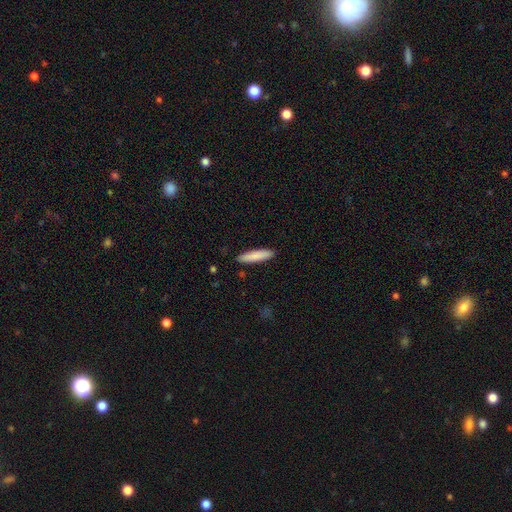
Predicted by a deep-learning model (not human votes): Smooth or featured: smooth — 84% (featured or disk — 11%)
How rounded: cigar-shaped — 81% (in between — 18%)
Merging: none — 90% (minor disturbance — 7%)